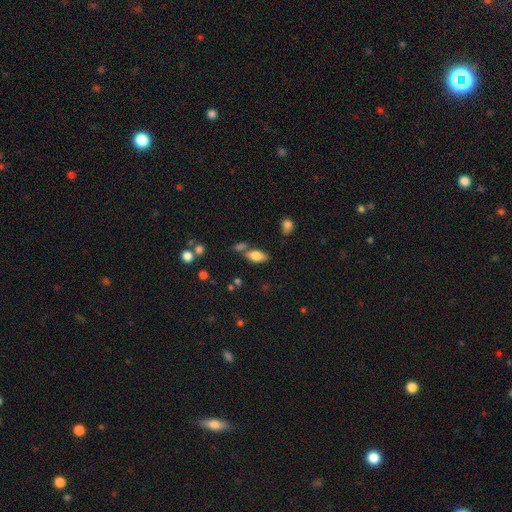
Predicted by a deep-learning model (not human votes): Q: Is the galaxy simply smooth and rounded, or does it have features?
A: smooth — 76%.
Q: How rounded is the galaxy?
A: in between — 88%.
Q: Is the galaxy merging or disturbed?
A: none — 64%.